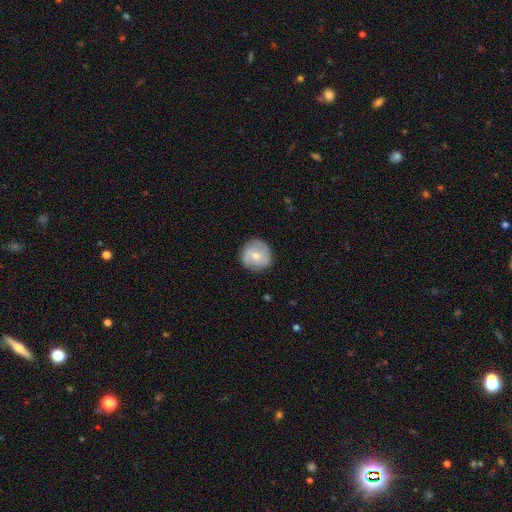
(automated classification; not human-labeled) Morphology: type=smooth (47%); merging=none (82%).